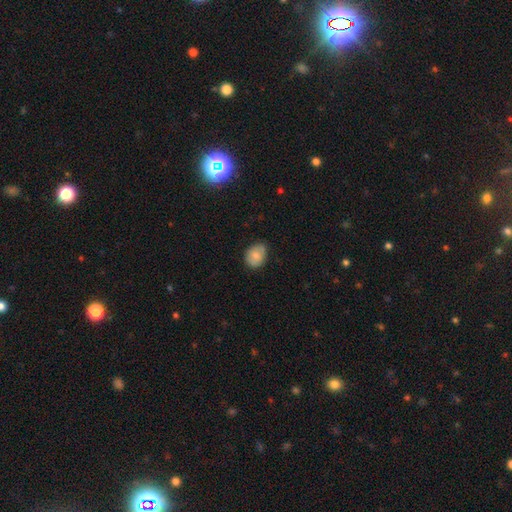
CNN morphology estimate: Smooth or featured?
  - smooth: 80% *
  - featured or disk: 13%
  - star or artifact: 8%
How rounded?
  - in between: 64% *
  - round: 36%
  - cigar-shaped: 1%
Merging?
  - none: 74% *
  - minor disturbance: 22%
  - major disturbance: 3%
  - merger: 1%